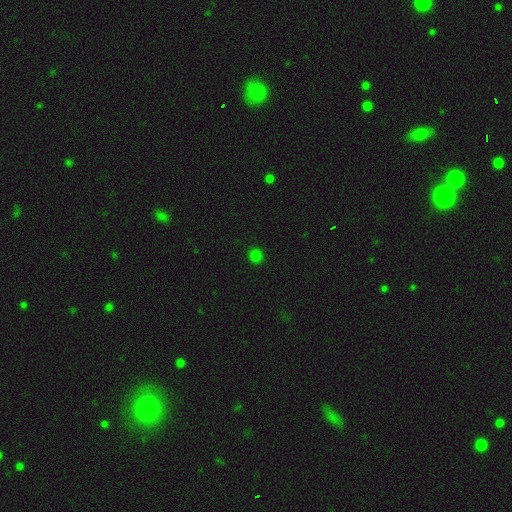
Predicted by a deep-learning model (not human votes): smooth-or-featured: smooth: 79% | star or artifact: 18% | featured or disk: 3%
  how-rounded: round: 92% | in between: 7% | cigar-shaped: 1%
  merging: none: 92% | minor disturbance: 5% | major disturbance: 2% | merger: 1%